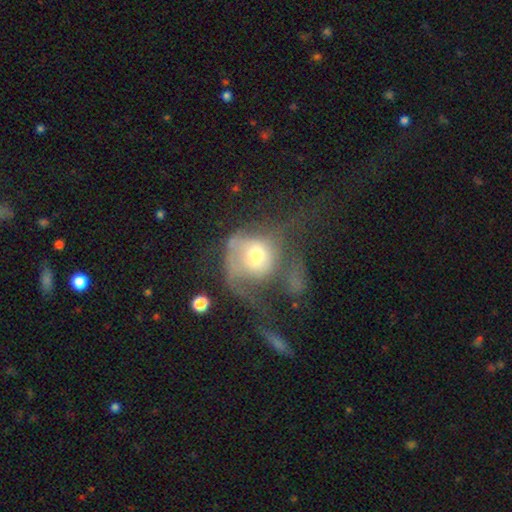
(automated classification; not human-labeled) This appears to be a featured or disk galaxy (47%). Merging: major disturbance (58%).